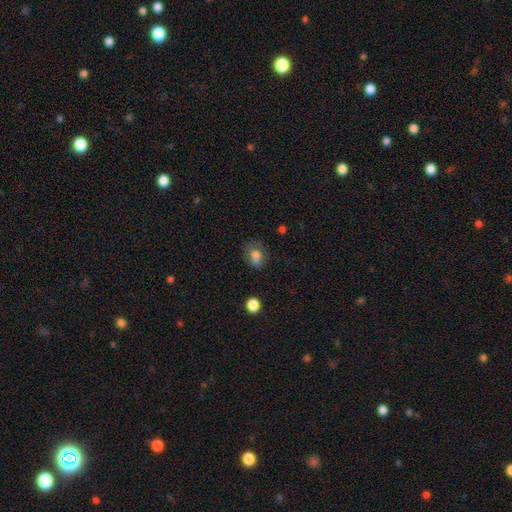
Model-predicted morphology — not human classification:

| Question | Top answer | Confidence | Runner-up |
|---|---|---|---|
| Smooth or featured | smooth | 71% | featured or disk (16%) |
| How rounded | in between | 65% | round (33%) |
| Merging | none | 47% | minor disturbance (27%) |